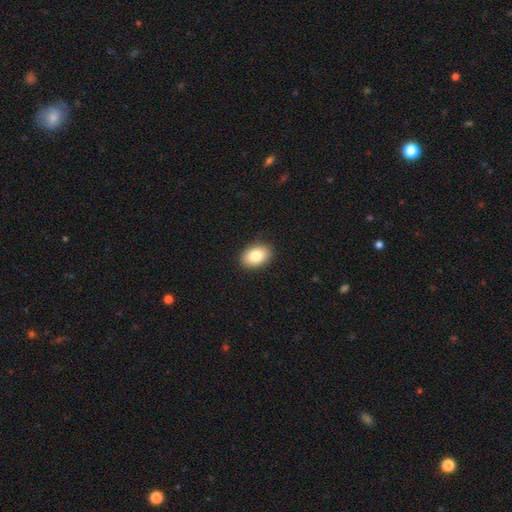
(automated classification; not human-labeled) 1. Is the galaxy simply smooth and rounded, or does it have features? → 83% smooth, 9% featured or disk, 8% star or artifact.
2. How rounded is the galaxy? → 82% in between, 17% round, 1% cigar-shaped.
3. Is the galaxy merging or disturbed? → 90% none, 7% minor disturbance, 2% major disturbance, 1% merger.